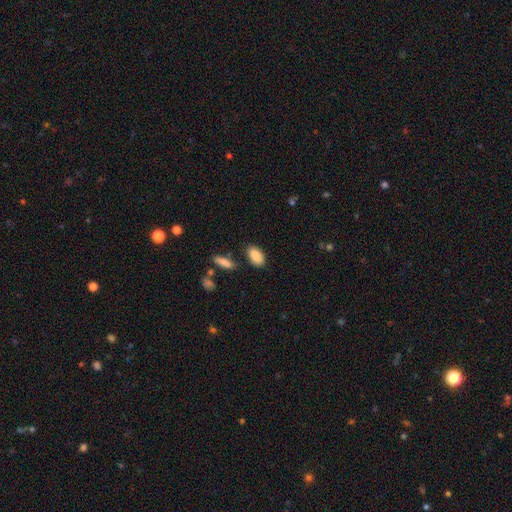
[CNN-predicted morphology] Smooth or featured? Predicted: smooth (p=0.88). How rounded? Predicted: in between (p=0.92). Merging? Predicted: none (p=0.82).